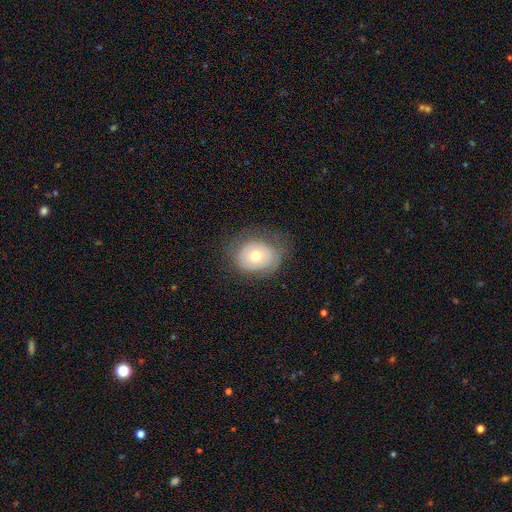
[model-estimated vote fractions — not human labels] Overall: smooth (55%; featured or disk 36%). How rounded: round (52%; in between 47%). Merging: none (65%).